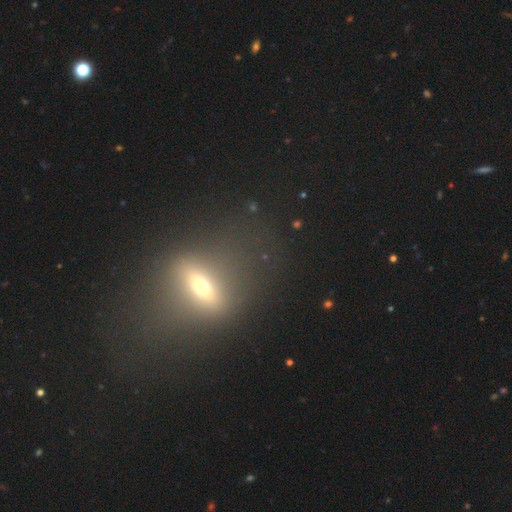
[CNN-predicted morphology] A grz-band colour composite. It shows a featured or disk galaxy (48%). Merging: none (74%).